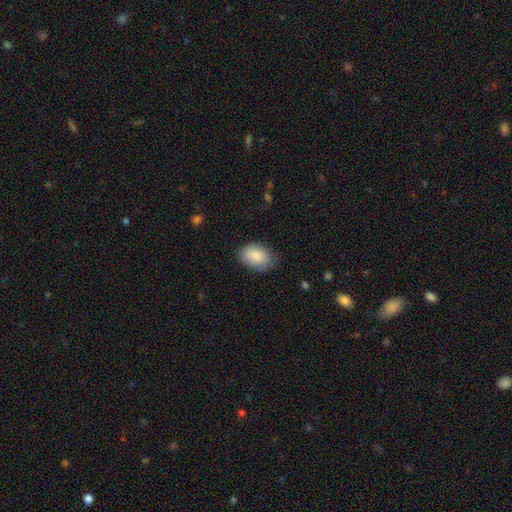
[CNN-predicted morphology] A smooth galaxy with no disk features (88%) that is in between round and cigar-shaped (85%). Merging: none (75%).